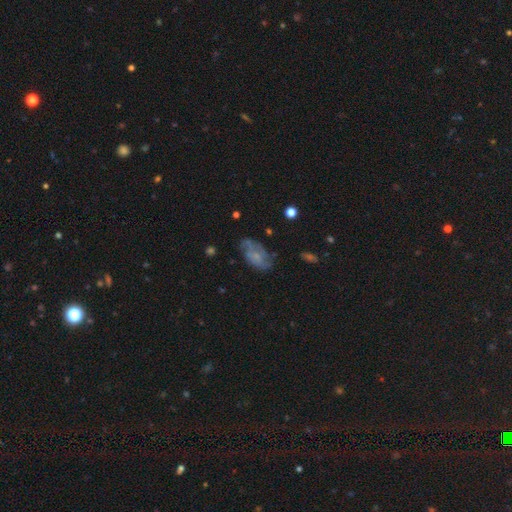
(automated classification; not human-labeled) Q: Smooth or featured?
A: featured or disk (48%); runner-up: smooth (42%)
Q: Merging?
A: none (56%); runner-up: minor disturbance (27%)